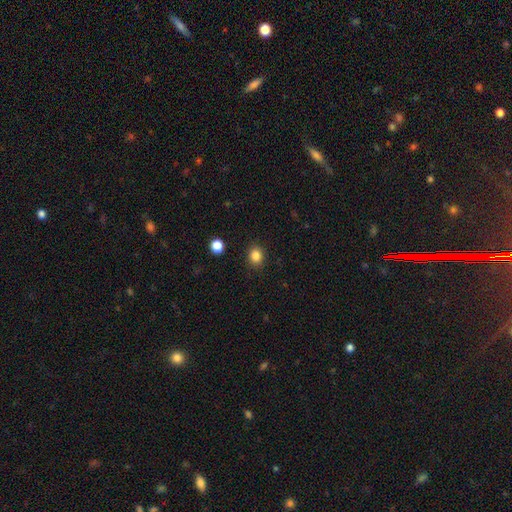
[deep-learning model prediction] A smooth galaxy with no disk features (85%) that is round (66%). Merging: none (90%).